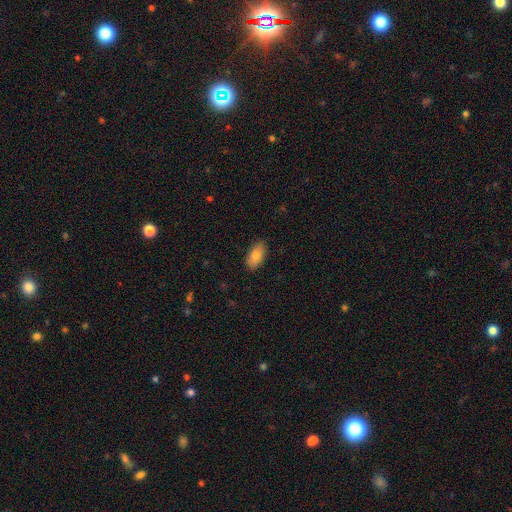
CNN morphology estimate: Overall: smooth (82%). How rounded: in between (92%). Merging: none (85%).